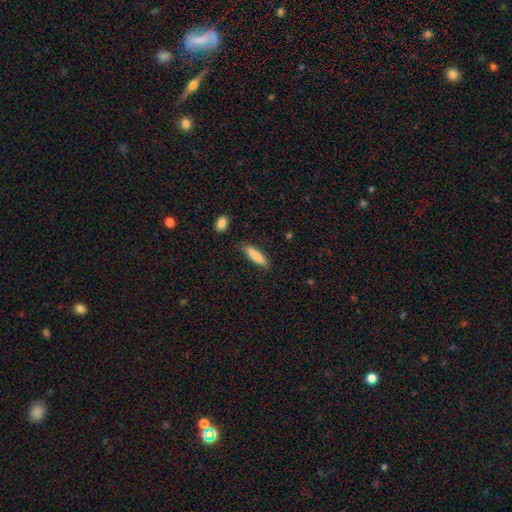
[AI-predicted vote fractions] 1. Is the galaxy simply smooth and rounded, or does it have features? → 85% smooth, 9% featured or disk, 6% star or artifact.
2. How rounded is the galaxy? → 76% cigar-shaped, 23% in between, 1% round.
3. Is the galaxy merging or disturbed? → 81% none, 14% minor disturbance, 3% major disturbance, 2% merger.